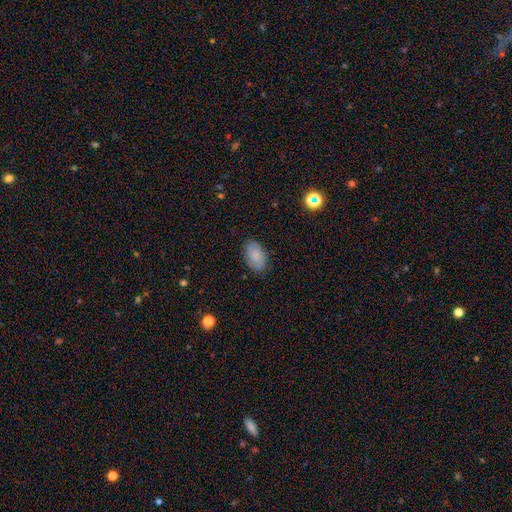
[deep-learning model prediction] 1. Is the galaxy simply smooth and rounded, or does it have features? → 80% smooth, 12% featured or disk, 8% star or artifact.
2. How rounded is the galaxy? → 92% in between, 7% round, 1% cigar-shaped.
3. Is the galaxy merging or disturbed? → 85% none, 11% minor disturbance, 3% major disturbance, 1% merger.